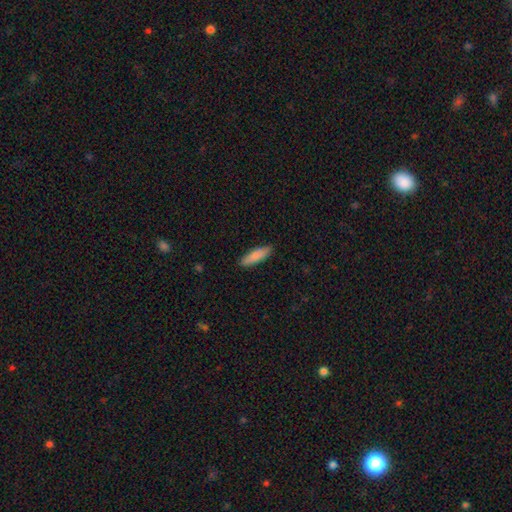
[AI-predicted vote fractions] This is clearly a smooth galaxy (84%). How rounded: likely cigar-shaped (63%). Merging: clearly none (89%).